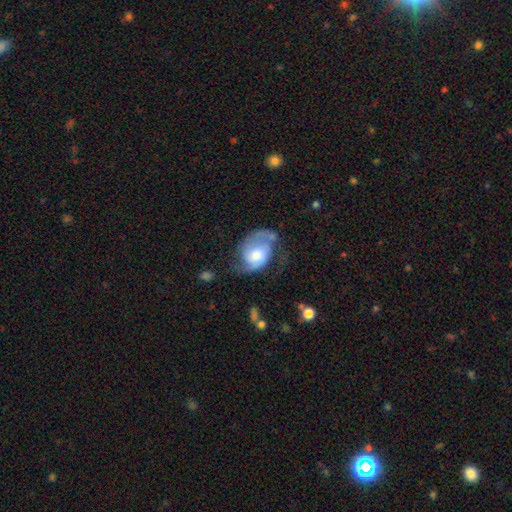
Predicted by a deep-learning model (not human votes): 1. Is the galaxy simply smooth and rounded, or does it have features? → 76% featured or disk, 18% smooth, 6% star or artifact.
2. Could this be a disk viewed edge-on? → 97% no, 3% yes.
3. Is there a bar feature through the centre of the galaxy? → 62% no, 32% weak, 6% strong.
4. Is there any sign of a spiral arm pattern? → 92% yes, 8% no.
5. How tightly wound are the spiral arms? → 47% medium, 30% loose, 22% tight.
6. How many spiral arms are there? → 80% 2, 8% 1, 7% can't tell, 2% 3, 1% 4, 1% more than 4.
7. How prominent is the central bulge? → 50% moderate, 23% small, 20% large, 5% none, 3% dominant.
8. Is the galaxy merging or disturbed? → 47% none, 25% minor disturbance, 24% major disturbance, 3% merger.